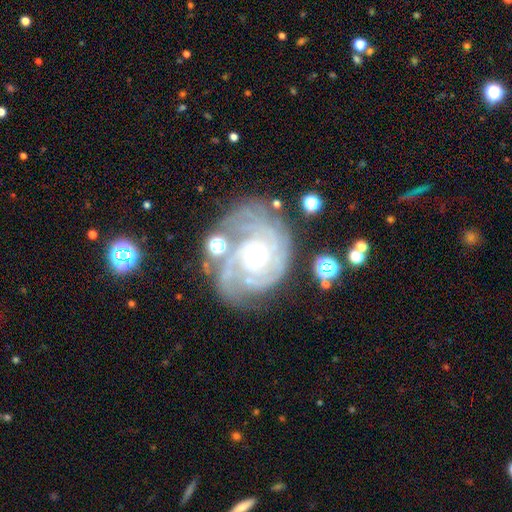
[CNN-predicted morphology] Smooth or featured?
  - featured or disk: 87% *
  - star or artifact: 7%
  - smooth: 6%
Edge-on disk?
  - no: 97% *
  - yes: 3%
Bar?
  - no: 71% *
  - weak: 23%
  - strong: 6%
Spiral arms?
  - yes: 96% *
  - no: 4%
Spiral winding?
  - tight: 70% *
  - medium: 25%
  - loose: 5%
Spiral arm count?
  - can't tell: 29% *
  - 3: 22%
  - 4: 19%
  - 2: 13%
  - more than 4: 11%
  - 1: 7%
Bulge size?
  - small: 48% *
  - moderate: 47%
  - large: 3%
  - none: 1%
  - dominant: 1%
Merging?
  - none: 64% *
  - minor disturbance: 20%
  - major disturbance: 11%
  - merger: 5%